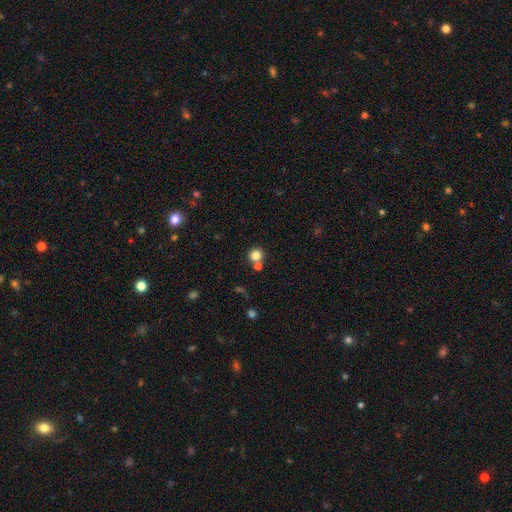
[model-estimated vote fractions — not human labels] The model was most divided on "merging": none: 67%, merger: 23%, minor disturbance: 7%, major disturbance: 3%. More confident: how rounded — round (91%); smooth or featured — smooth (82%).